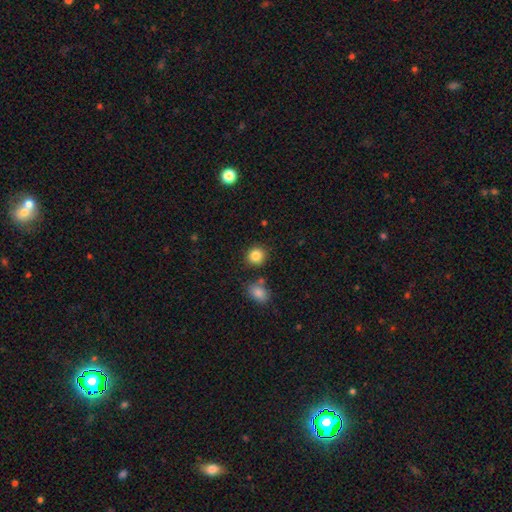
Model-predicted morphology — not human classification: smooth 85%, star or artifact 10%, featured or disk 5%. Down the decision tree: how rounded — round (85%); merging — none (83%).